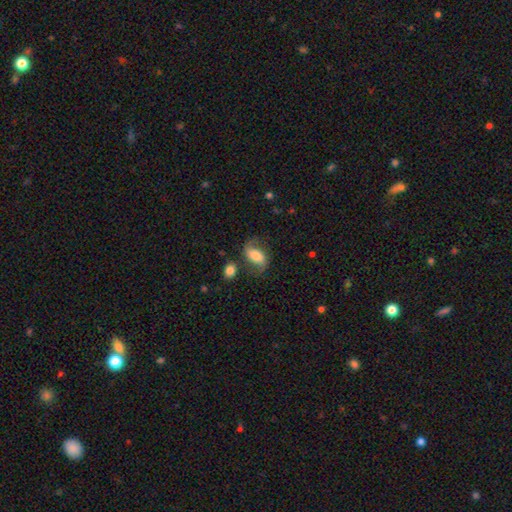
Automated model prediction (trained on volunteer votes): A featured or disk galaxy (48%). Merging: none (64%).